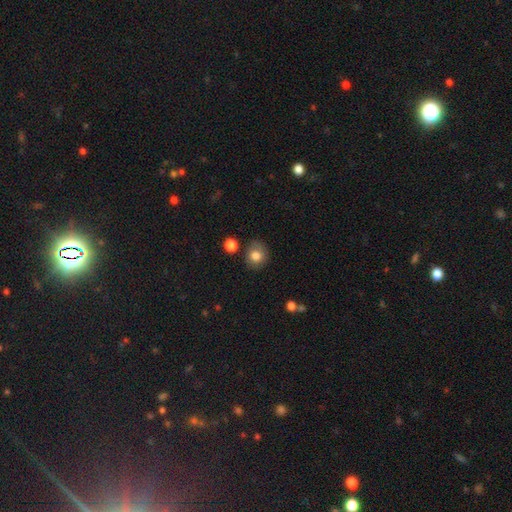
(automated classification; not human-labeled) This appears to be a smooth galaxy with no disk features (81%) that is round (80%). Merging: none (76%).